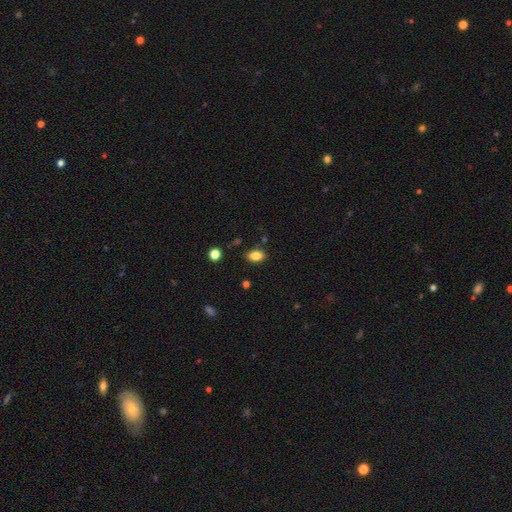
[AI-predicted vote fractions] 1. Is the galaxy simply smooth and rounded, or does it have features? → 85% smooth, 9% star or artifact, 6% featured or disk.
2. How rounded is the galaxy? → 87% in between, 10% round, 2% cigar-shaped.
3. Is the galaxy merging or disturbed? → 83% none, 12% minor disturbance, 3% major disturbance, 2% merger.